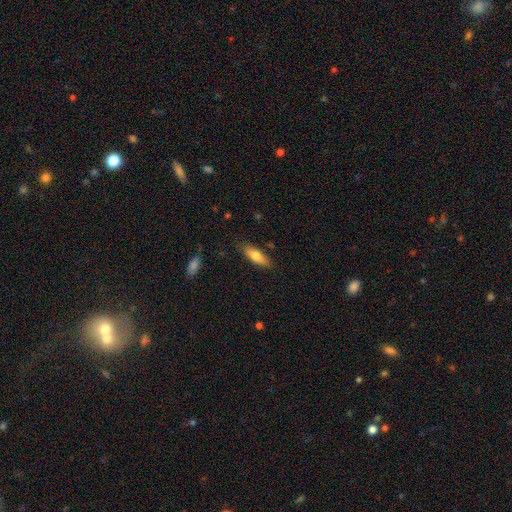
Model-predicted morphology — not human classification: Smooth or featured?
  - smooth: 72% *
  - featured or disk: 22%
  - star or artifact: 6%
How rounded?
  - in between: 51% *
  - cigar-shaped: 47%
  - round: 2%
Merging?
  - none: 84% *
  - minor disturbance: 12%
  - major disturbance: 2%
  - merger: 2%